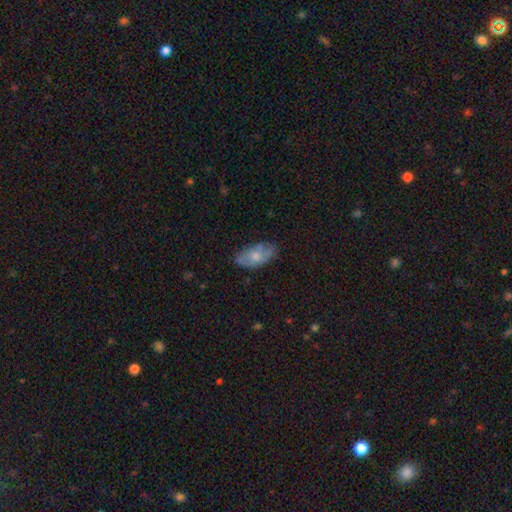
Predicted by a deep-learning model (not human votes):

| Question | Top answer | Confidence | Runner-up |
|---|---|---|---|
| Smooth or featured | smooth | 55% | featured or disk (39%) |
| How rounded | in between | 92% | round (4%) |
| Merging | none | 65% | minor disturbance (25%) |